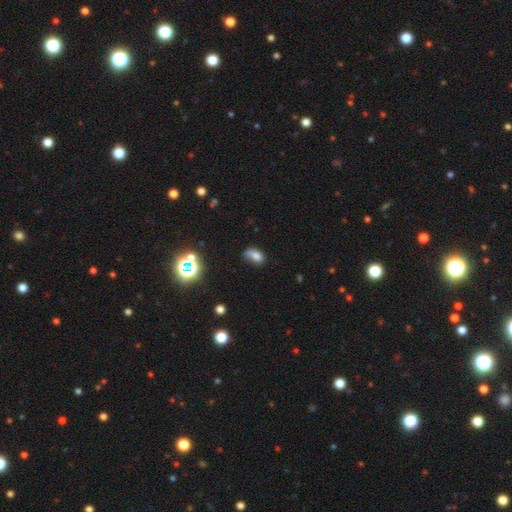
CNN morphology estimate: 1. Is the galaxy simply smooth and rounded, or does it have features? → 67% smooth, 17% star or artifact, 16% featured or disk.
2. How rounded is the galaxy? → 81% in between, 17% round, 3% cigar-shaped.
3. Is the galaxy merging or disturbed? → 37% none, 29% minor disturbance, 20% major disturbance, 14% merger.